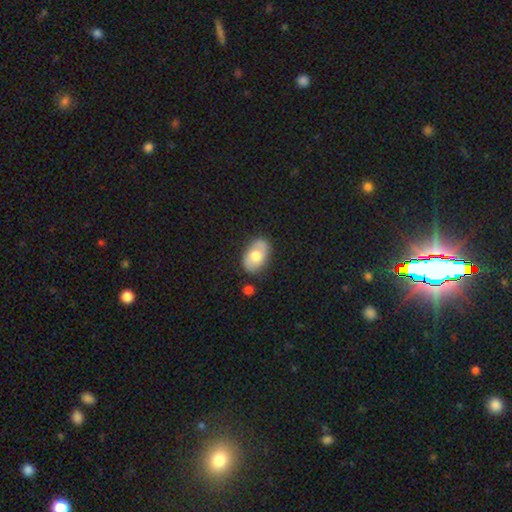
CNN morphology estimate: smooth-or-featured: smooth: 64% | featured or disk: 30% | star or artifact: 7%
  how-rounded: in between: 87% | round: 12% | cigar-shaped: 1%
  merging: none: 77% | minor disturbance: 15% | merger: 4% | major disturbance: 4%